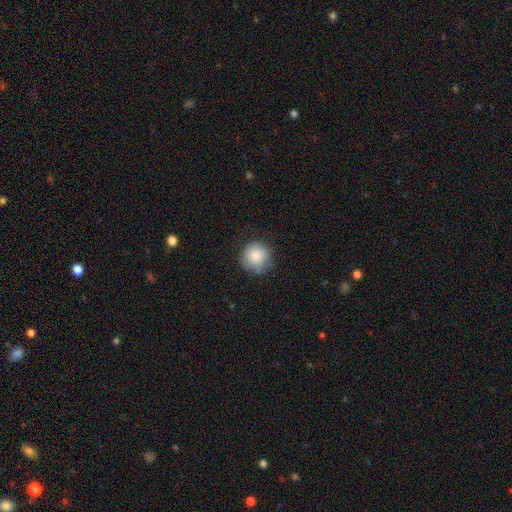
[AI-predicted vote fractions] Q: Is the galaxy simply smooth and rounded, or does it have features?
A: smooth — 85%.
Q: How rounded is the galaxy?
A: round — 94%.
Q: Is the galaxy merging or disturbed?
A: none — 76%.